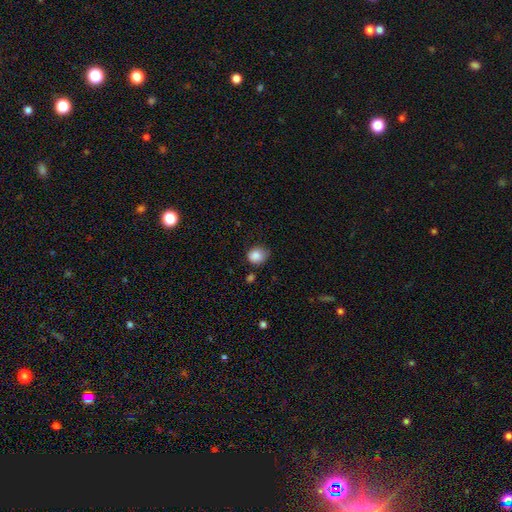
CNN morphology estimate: smooth-or-featured: smooth: 85% | star or artifact: 9% | featured or disk: 6%
  how-rounded: round: 71% | in between: 28% | cigar-shaped: 1%
  merging: none: 65% | minor disturbance: 27% | major disturbance: 5% | merger: 3%